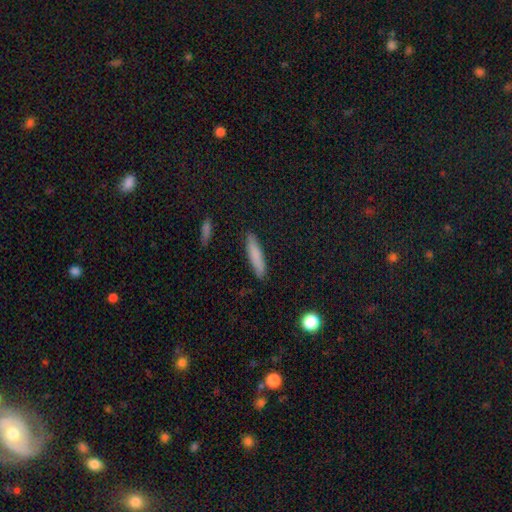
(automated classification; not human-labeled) This appears to be a smooth galaxy with no disk features (80%) that is cigar-shaped (85%). Merging: none (88%).